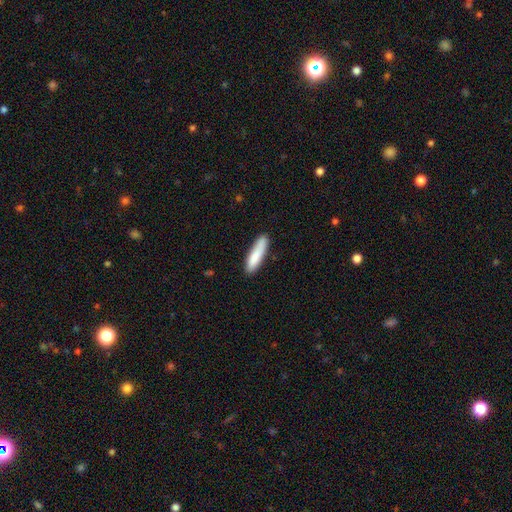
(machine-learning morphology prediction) smooth 84%, featured or disk 10%, star or artifact 5%. Down the decision tree: how rounded — cigar-shaped (77%); merging — none (82%).